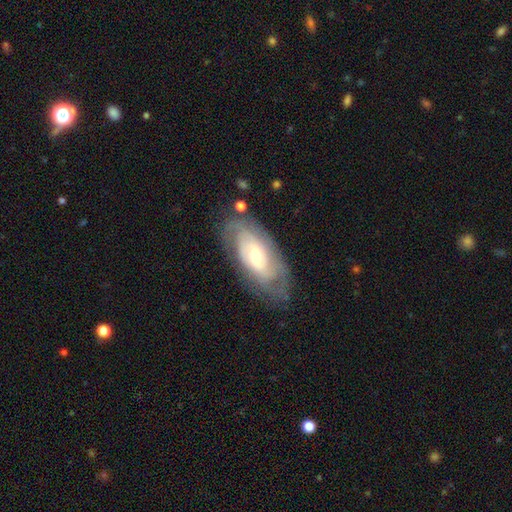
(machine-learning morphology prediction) Smooth or featured? featured or disk (71%)
Edge-on disk? no (89%)
Bar? no (56%)
Spiral arms? yes (83%)
Spiral winding? tight (59%)
Spiral arm count? can't tell (46%)
Bulge size? moderate (60%)
Merging? none (72%)